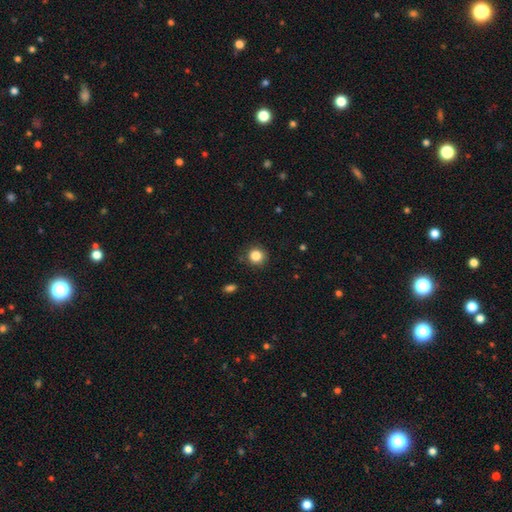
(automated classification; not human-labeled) Overall: smooth (84%). How rounded: round (91%). Merging: none (88%).